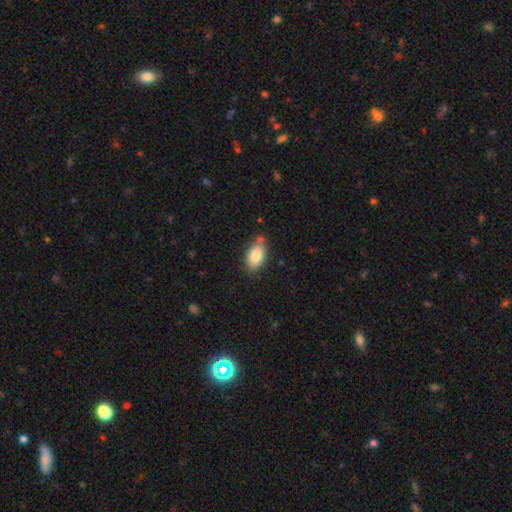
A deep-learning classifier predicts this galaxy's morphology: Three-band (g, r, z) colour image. It shows a smooth galaxy with no disk features (84%) that is in between round and cigar-shaped (92%). Merging: none (76%).